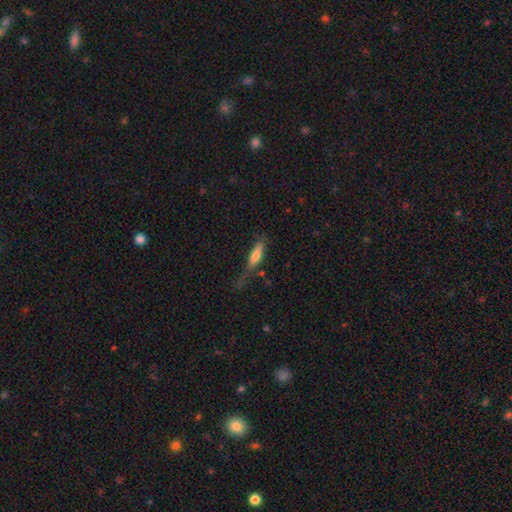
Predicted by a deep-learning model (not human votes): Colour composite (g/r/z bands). It shows a smooth galaxy with no disk features (62%) that is cigar-shaped (66%). Merging: none (47%).